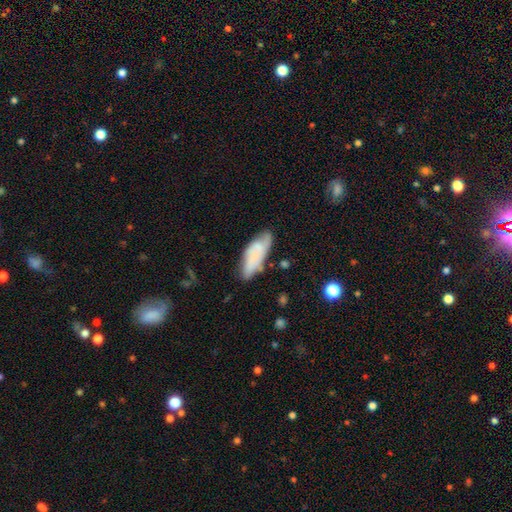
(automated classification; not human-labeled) smooth_or_featured: smooth (p=0.62) [alt: featured or disk p=0.30]
how_rounded: in between (p=0.72) [alt: cigar-shaped p=0.25]
merging: none (p=0.59) [alt: minor disturbance p=0.28]